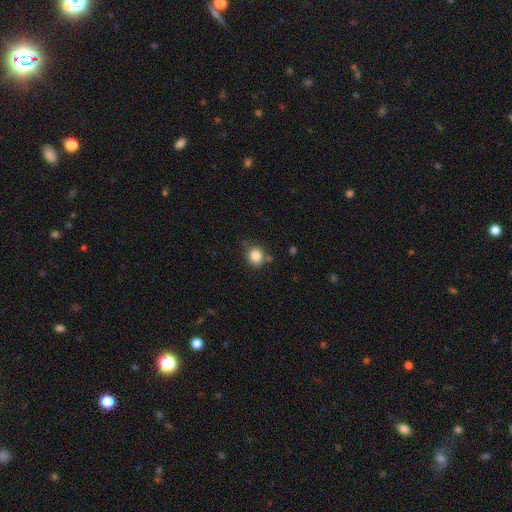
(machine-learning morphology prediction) smooth 85%, star or artifact 10%, featured or disk 5%. Down the decision tree: how rounded — round (80%); merging — none (77%).